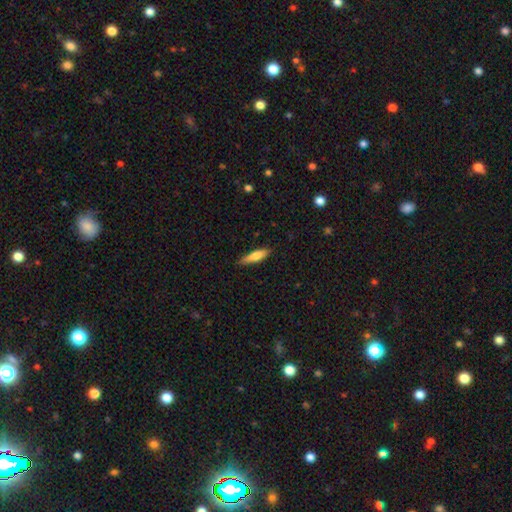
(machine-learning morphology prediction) Smooth or featured?
  - smooth: 76% *
  - featured or disk: 19%
  - star or artifact: 6%
How rounded?
  - cigar-shaped: 72% *
  - in between: 26%
  - round: 2%
Merging?
  - none: 82% *
  - minor disturbance: 15%
  - major disturbance: 2%
  - merger: 1%